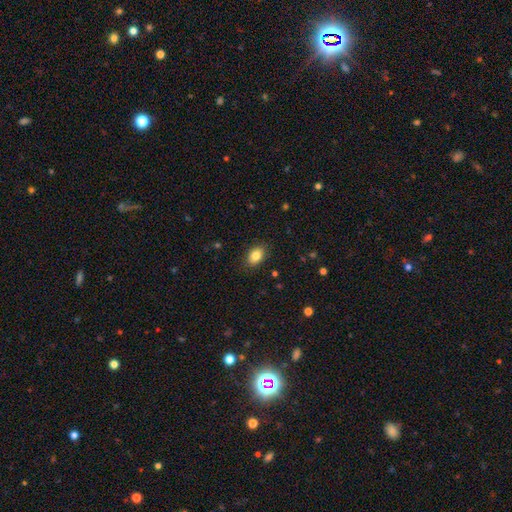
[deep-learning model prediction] Overall: smooth (83%). How rounded: in between (84%). Merging: none (87%).